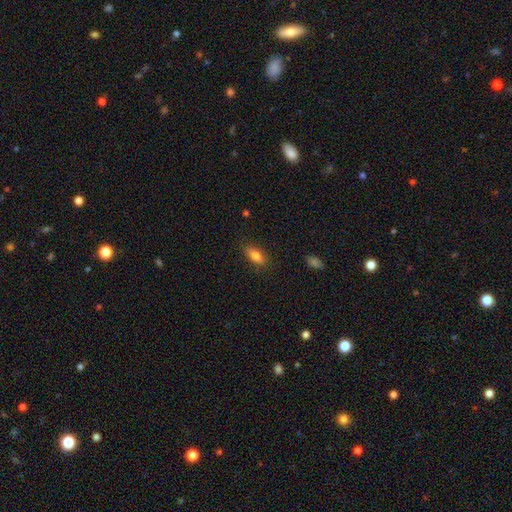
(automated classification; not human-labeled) The model was most divided on "how rounded": in between: 81%, cigar-shaped: 15%, round: 4%. More confident: merging — none (83%); smooth or featured — smooth (80%).